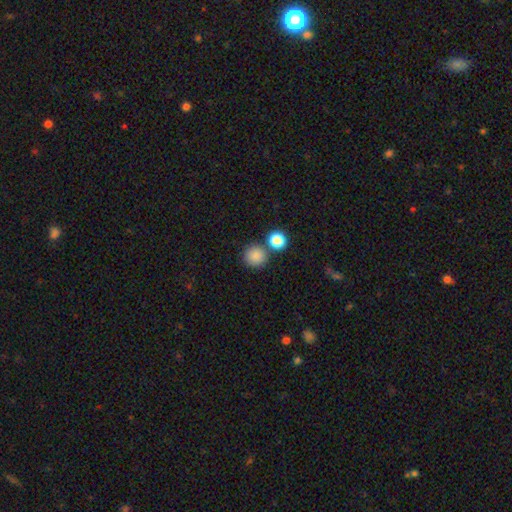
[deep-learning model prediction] smooth 85%, star or artifact 10%, featured or disk 4%. Down the decision tree: how rounded — round (92%); merging — none (74%).